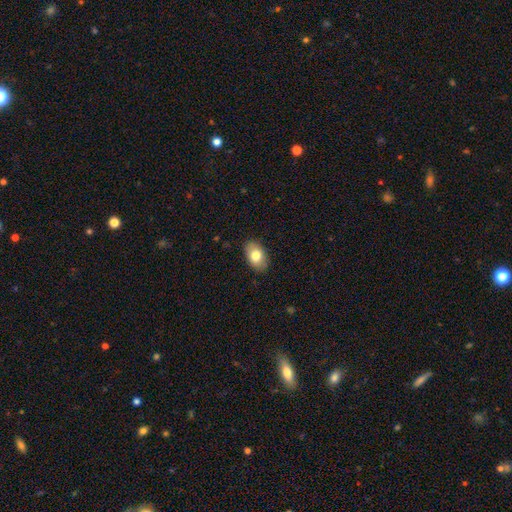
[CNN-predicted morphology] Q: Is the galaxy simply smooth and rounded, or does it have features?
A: smooth — 79%.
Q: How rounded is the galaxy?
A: in between — 88%.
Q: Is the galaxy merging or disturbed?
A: none — 87%.